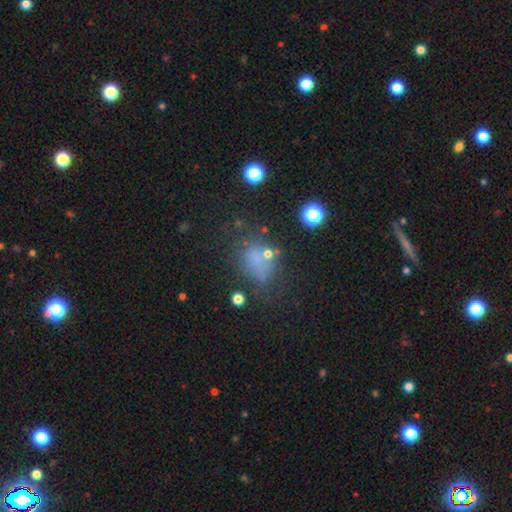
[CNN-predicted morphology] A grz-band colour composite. It shows a smooth galaxy with no disk features (58%) that is in between round and cigar-shaped (57%). Merging: none (49%).